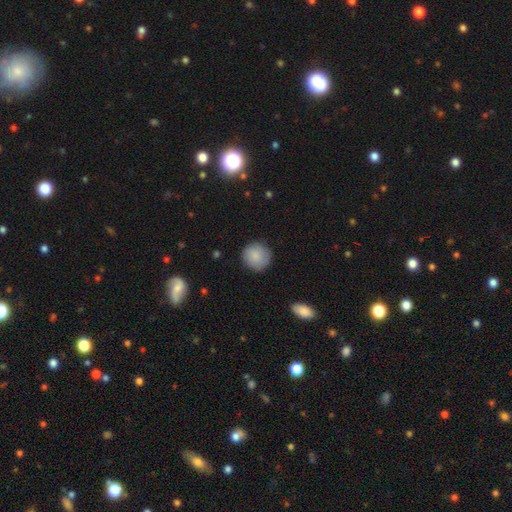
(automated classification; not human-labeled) Morphology: type=smooth (87%); roundness=round (93%); merging=none (86%).